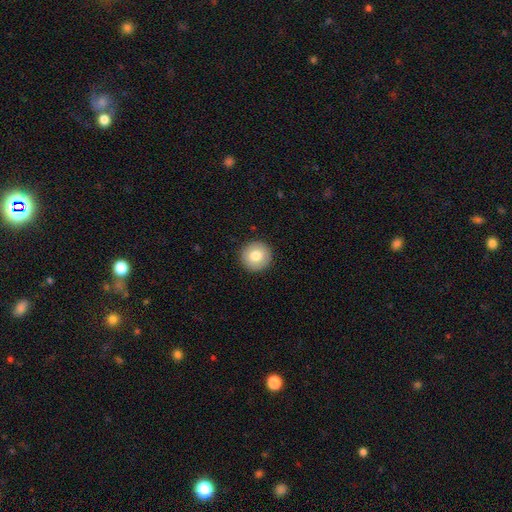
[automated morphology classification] A smooth galaxy with no disk features (80%) that is round (96%). Merging: none (93%).